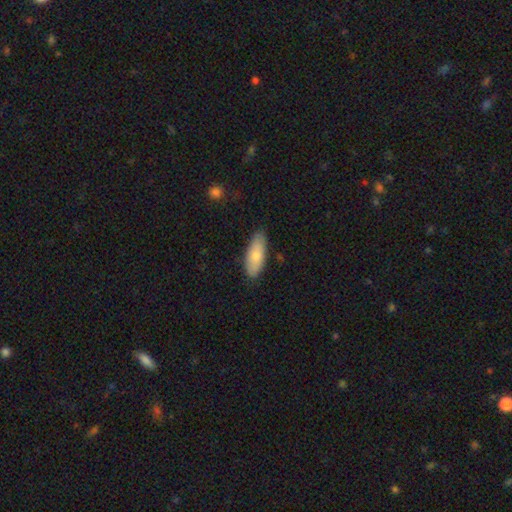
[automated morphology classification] Overall: smooth (78%). How rounded: in between (76%). Merging: none (84%).